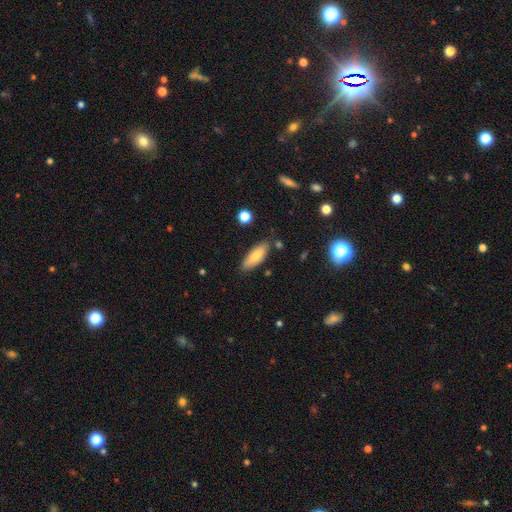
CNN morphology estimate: Smooth or featured?
  - smooth: 79% *
  - featured or disk: 15%
  - star or artifact: 7%
How rounded?
  - in between: 60% *
  - cigar-shaped: 38%
  - round: 2%
Merging?
  - none: 80% *
  - minor disturbance: 14%
  - merger: 3%
  - major disturbance: 3%